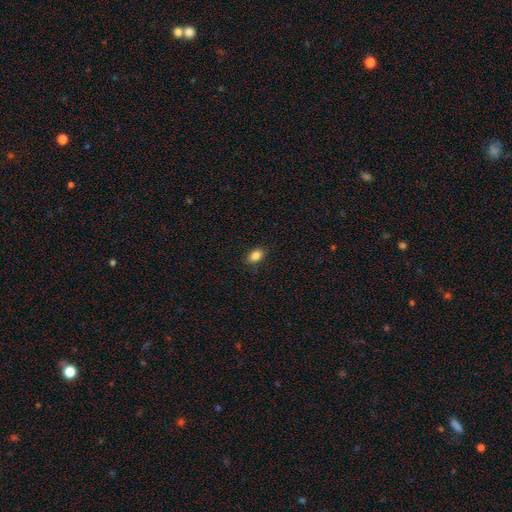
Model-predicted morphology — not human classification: type=smooth (85%); roundness=in between (81%); merging=none (85%).